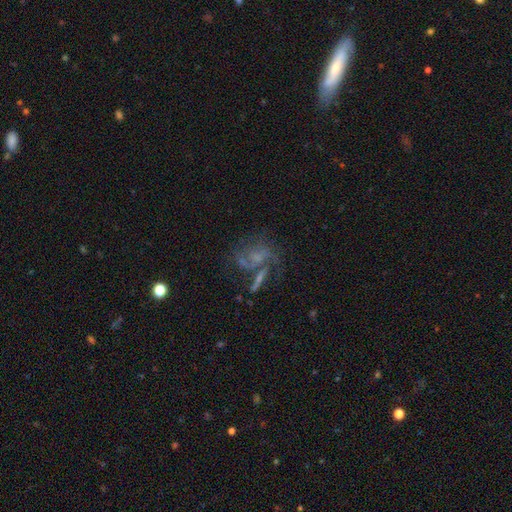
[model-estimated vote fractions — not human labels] A featured or disk galaxy (58%) with no bar (70%), spiral arms (63%) and no central bulge (45%).

Vote fractions:
- Smooth or featured? featured or disk: 58% / smooth: 23% / star or artifact: 19%
- Edge-on disk? no: 94% / yes: 6%
- Bar? no: 70% / weak: 23% / strong: 7%
- Spiral arms? yes: 63% / no: 37%
- Bulge size? none: 45% / small: 32% / moderate: 17% / large: 4% / dominant: 2%
- Merging? none: 34% / major disturbance: 27% / merger: 25% / minor disturbance: 14%